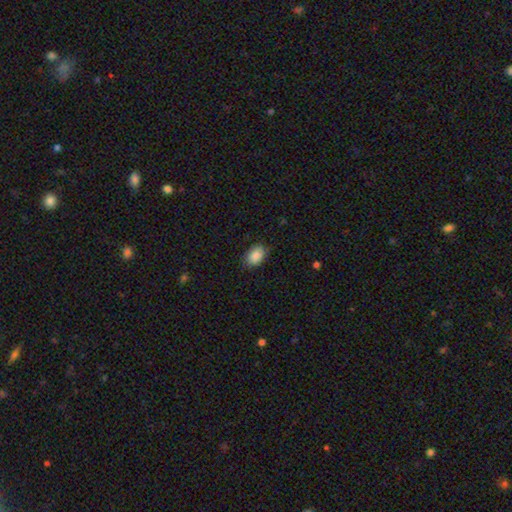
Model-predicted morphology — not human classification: Q: Smooth or featured?
A: smooth (88%); runner-up: star or artifact (7%)
Q: How rounded?
A: in between (86%); runner-up: round (13%)
Q: Merging?
A: none (82%); runner-up: minor disturbance (14%)